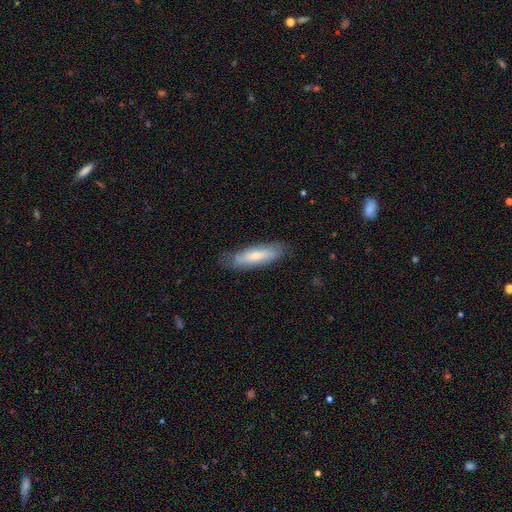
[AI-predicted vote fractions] Overall: smooth (59%; featured or disk 35%). How rounded: cigar-shaped (57%; in between 41%). Merging: none (74%).